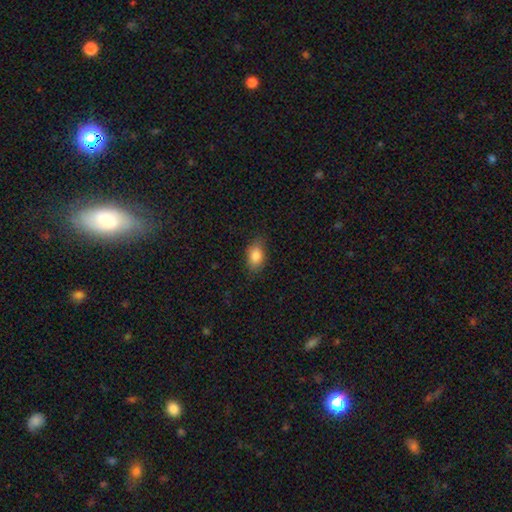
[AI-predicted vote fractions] Morphology: type=smooth (85%); roundness=in between (86%); merging=none (81%).